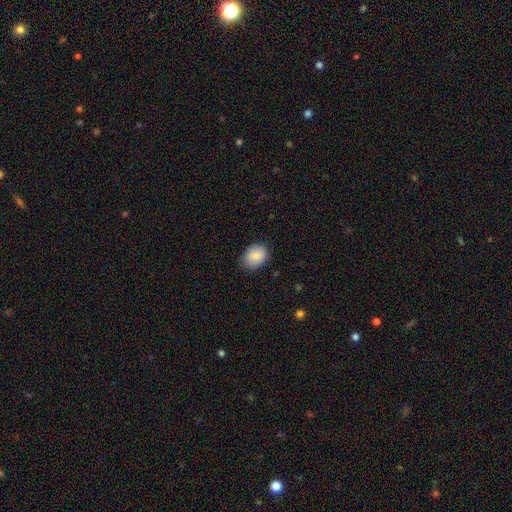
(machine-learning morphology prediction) Q: Smooth or featured?
A: smooth (86%); runner-up: featured or disk (7%)
Q: How rounded?
A: in between (64%); runner-up: round (35%)
Q: Merging?
A: none (83%); runner-up: minor disturbance (13%)